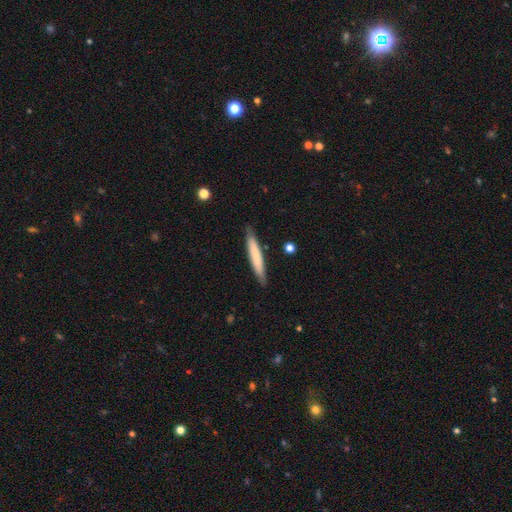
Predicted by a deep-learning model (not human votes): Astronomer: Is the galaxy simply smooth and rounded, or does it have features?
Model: smooth — 72%.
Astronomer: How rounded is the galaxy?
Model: cigar-shaped — 94%.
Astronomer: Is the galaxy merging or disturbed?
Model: none — 86%.